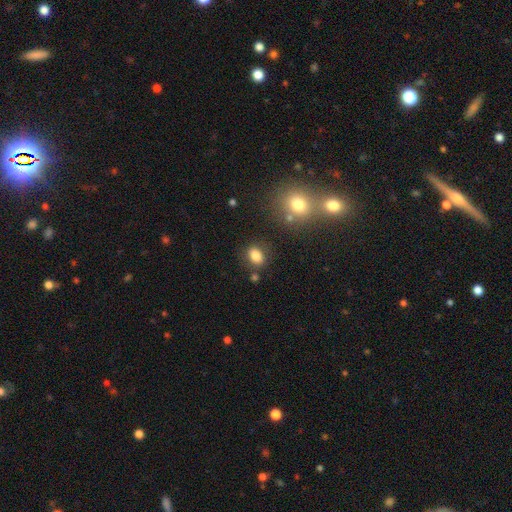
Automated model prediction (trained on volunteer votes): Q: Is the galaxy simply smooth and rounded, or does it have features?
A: smooth — 83%.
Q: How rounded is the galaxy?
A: in between — 71%.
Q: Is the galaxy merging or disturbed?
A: none — 80%.